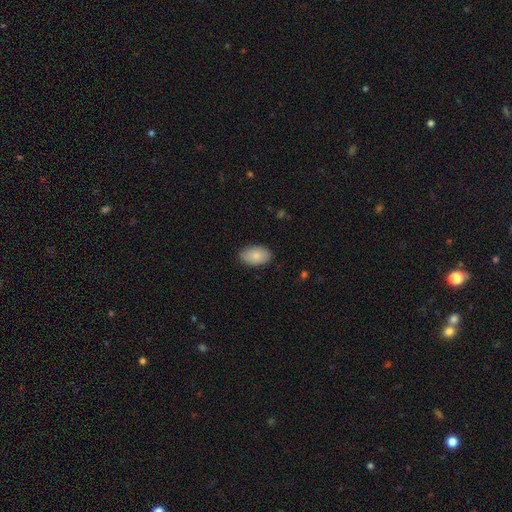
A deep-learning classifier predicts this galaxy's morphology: This is clearly a smooth galaxy (84%). How rounded: clearly in between (92%). Merging: clearly none (85%).